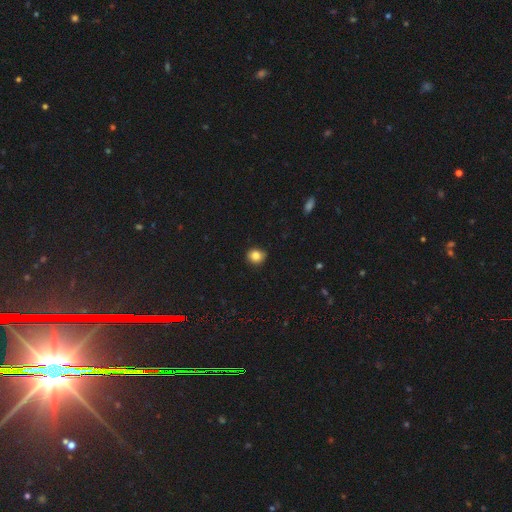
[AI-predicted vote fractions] smooth-or-featured: smooth: 84% | star or artifact: 10% | featured or disk: 5%
  how-rounded: round: 84% | in between: 15% | cigar-shaped: 1%
  merging: none: 86% | minor disturbance: 11% | major disturbance: 2% | merger: 1%